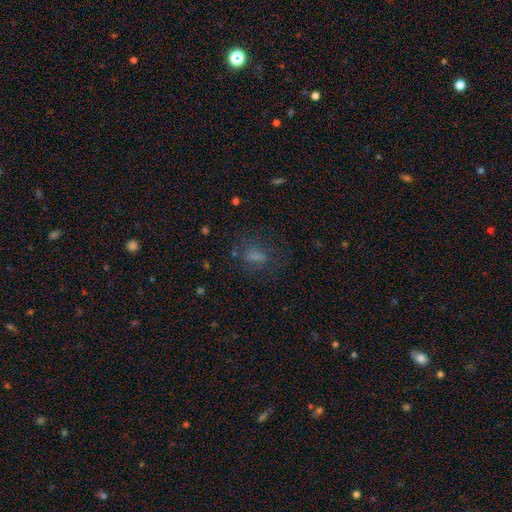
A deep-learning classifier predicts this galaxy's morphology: This is likely a smooth galaxy (65%). How rounded: likely in between (69%). Merging: likely none (62%).